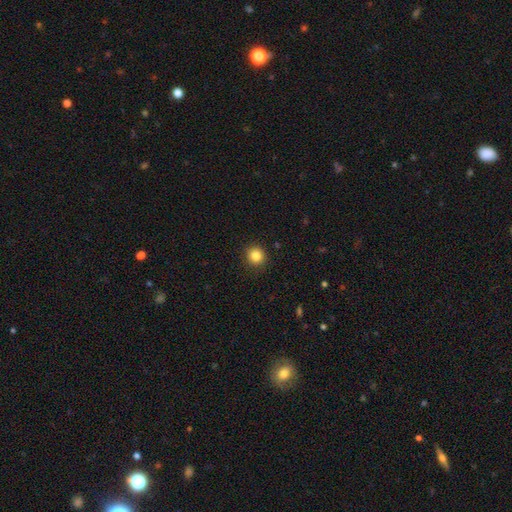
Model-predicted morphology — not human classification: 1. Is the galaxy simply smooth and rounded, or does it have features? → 84% smooth, 11% star or artifact, 4% featured or disk.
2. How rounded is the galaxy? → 92% round, 7% in between, 1% cigar-shaped.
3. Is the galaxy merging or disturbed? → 92% none, 6% minor disturbance, 2% major disturbance, 1% merger.